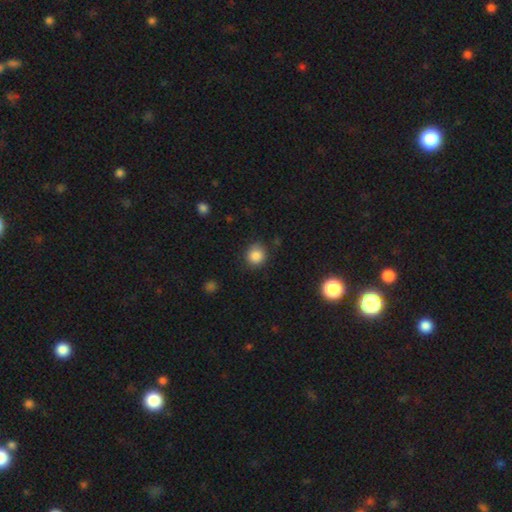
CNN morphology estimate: Smooth or featured? smooth (86%)
How rounded? round (87%)
Merging? none (82%)